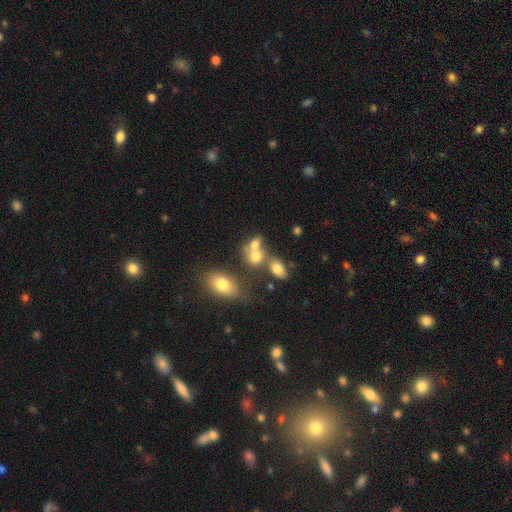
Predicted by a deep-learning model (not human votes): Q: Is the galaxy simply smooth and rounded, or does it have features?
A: smooth — 71%.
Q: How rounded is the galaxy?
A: in between — 54%.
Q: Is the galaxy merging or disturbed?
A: merger — 53%.